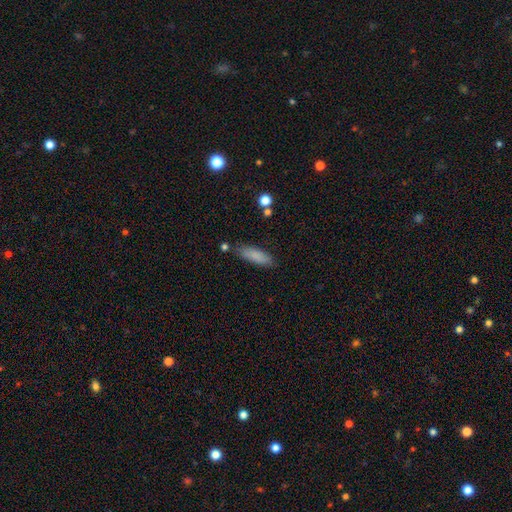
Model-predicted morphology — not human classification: This is clearly a smooth galaxy (84%). How rounded: possibly in between (51%). Merging: likely none (78%).